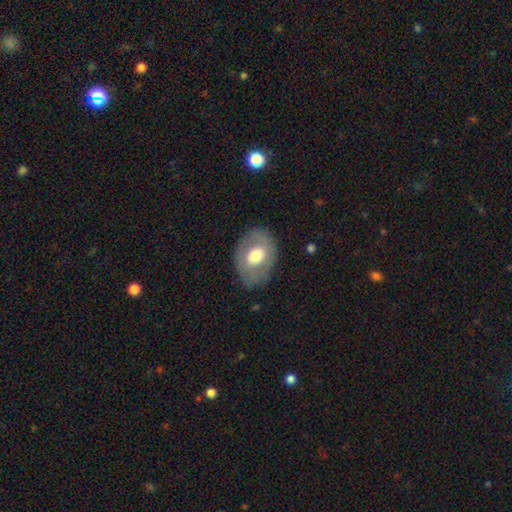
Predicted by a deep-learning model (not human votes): smooth 56%, featured or disk 38%, star or artifact 7%. Down the decision tree: how rounded — in between (72%); merging — none (77%).